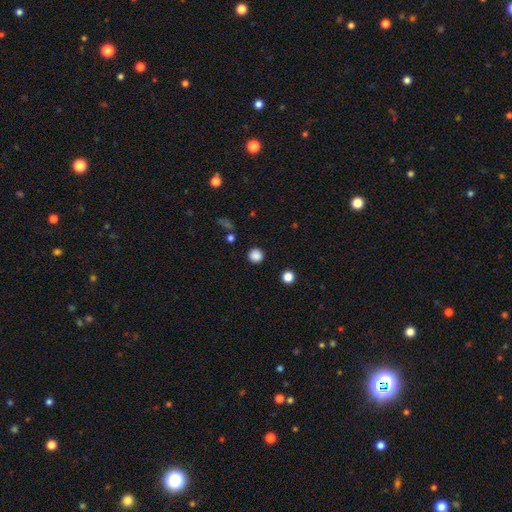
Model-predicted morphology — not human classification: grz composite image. It shows a smooth galaxy with no disk features (85%) that is round (93%). Merging: none (90%).